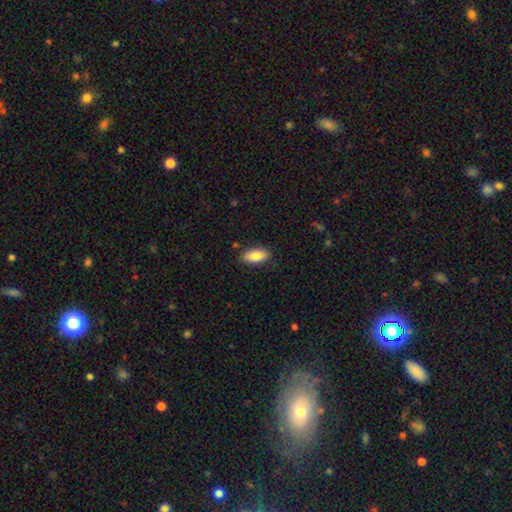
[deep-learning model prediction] A smooth galaxy with no disk features (83%) that is in between round and cigar-shaped (90%). Merging: none (86%).